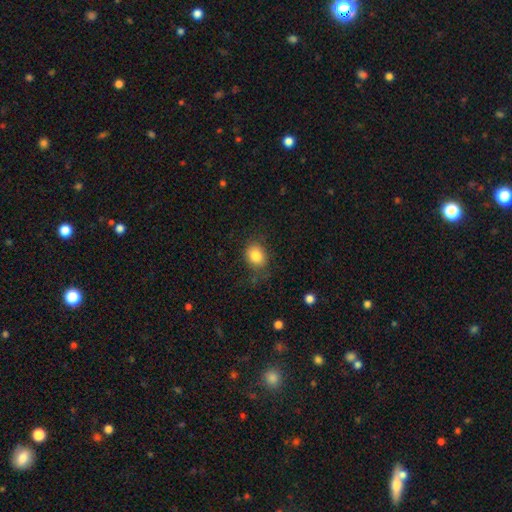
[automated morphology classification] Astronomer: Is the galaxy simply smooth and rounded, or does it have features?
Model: smooth — 84%.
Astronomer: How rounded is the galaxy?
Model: in between — 52% (runner-up: round, 47%).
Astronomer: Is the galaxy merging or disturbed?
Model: none — 71%.